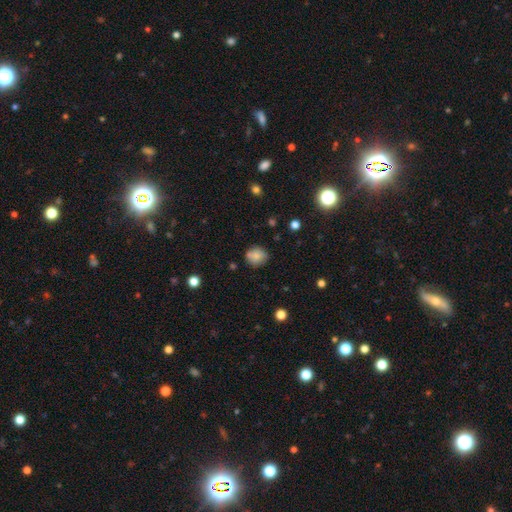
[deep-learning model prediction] The model was most divided on "how rounded": round: 80%, in between: 19%, cigar-shaped: 1%. More confident: smooth or featured — smooth (80%); merging — none (76%).